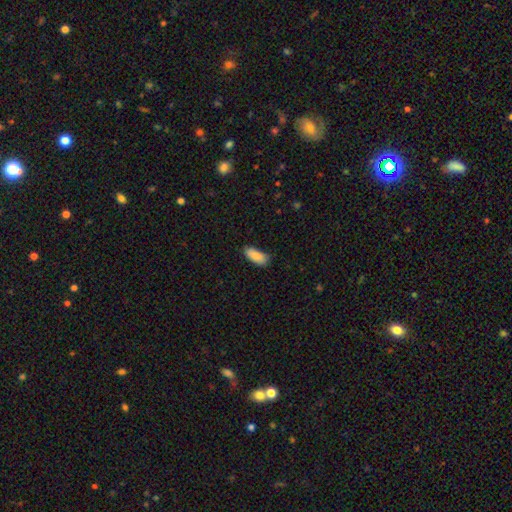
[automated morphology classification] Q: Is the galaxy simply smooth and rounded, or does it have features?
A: smooth — 87%.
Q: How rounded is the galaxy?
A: in between — 86%.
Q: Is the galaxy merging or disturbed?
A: none — 71%.